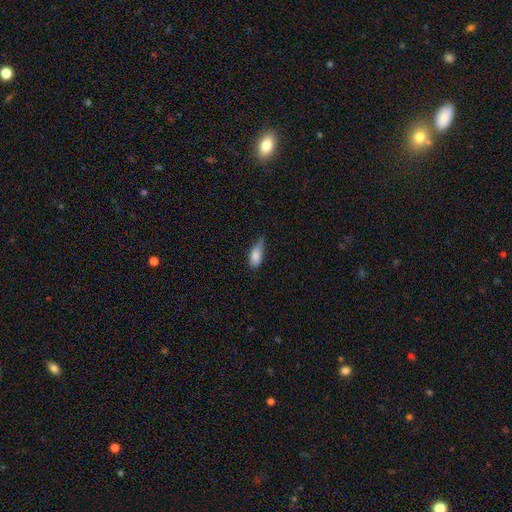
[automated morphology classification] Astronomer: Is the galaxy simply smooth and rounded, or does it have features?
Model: smooth — 83%.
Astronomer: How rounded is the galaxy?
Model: in between — 82%.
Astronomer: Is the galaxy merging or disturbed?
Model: minor disturbance — 48% (runner-up: none, 38%).